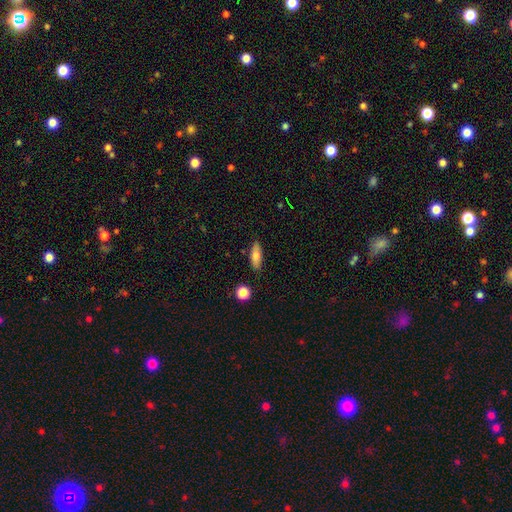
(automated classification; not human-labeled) smooth_or_featured: smooth (p=0.73) [alt: featured or disk p=0.19]
how_rounded: in between (p=0.62) [alt: cigar-shaped p=0.34]
merging: none (p=0.85) [alt: minor disturbance p=0.10]